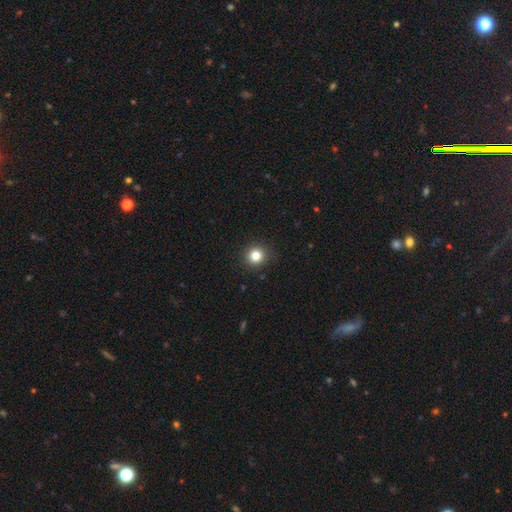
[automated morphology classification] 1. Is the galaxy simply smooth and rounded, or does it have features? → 82% smooth, 12% star or artifact, 5% featured or disk.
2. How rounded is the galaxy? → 92% round, 7% in between, 1% cigar-shaped.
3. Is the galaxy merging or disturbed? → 91% none, 6% minor disturbance, 2% major disturbance, 1% merger.